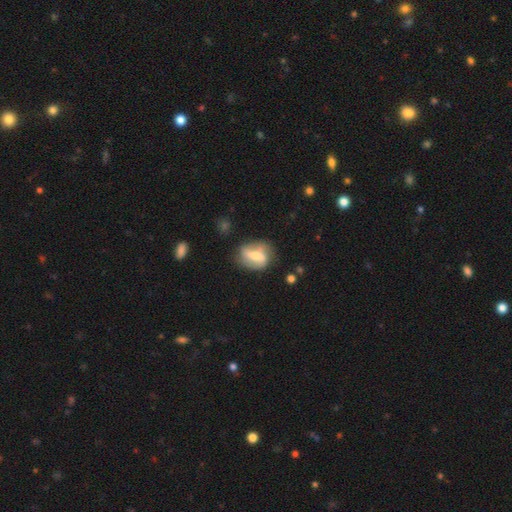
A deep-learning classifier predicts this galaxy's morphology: The model was most divided on "bar": strong: 41%, weak: 35%, no: 23%. Remaining: edge-on disk — no (93%); spiral arms — yes (68%); merging — none (63%); smooth or featured — featured or disk (57%); bulge size — moderate (48%).